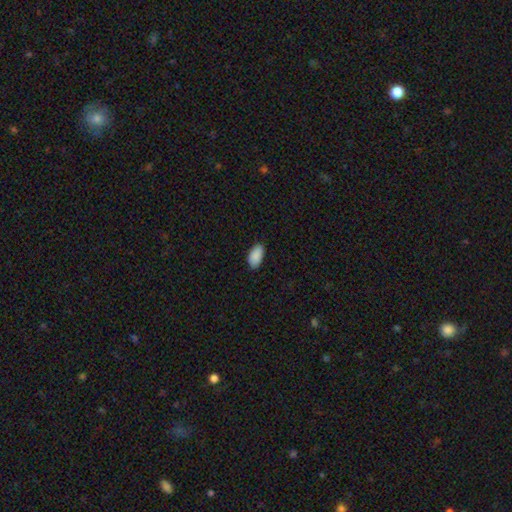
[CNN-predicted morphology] smooth-or-featured: smooth: 90% | star or artifact: 7% | featured or disk: 3%
  how-rounded: in between: 95% | round: 3% | cigar-shaped: 2%
  merging: none: 83% | minor disturbance: 14% | major disturbance: 2% | merger: 1%